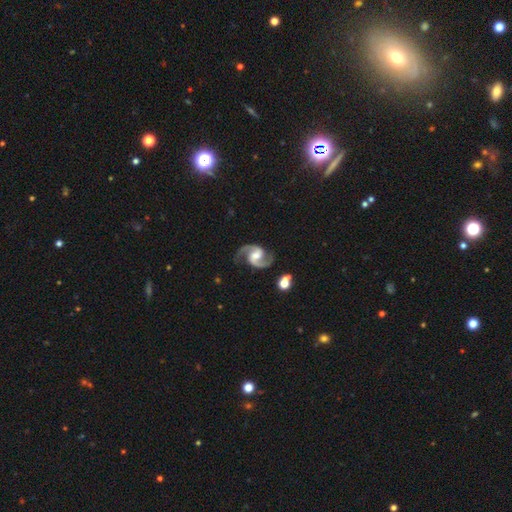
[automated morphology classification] smooth_or_featured: featured or disk (p=0.93) [alt: star or artifact p=0.04]
disk_edge_on: no (p=0.98) [alt: yes p=0.02]
bar: weak (p=0.48) [alt: no p=0.27]
has_spiral_arms: yes (p=0.98) [alt: no p=0.02]
spiral_winding: medium (p=0.63) [alt: loose p=0.24]
spiral_arm_count: 2 (p=0.95) [alt: can't tell p=0.01]
bulge_size: moderate (p=0.53) [alt: small p=0.25]
merging: none (p=0.81) [alt: minor disturbance p=0.12]